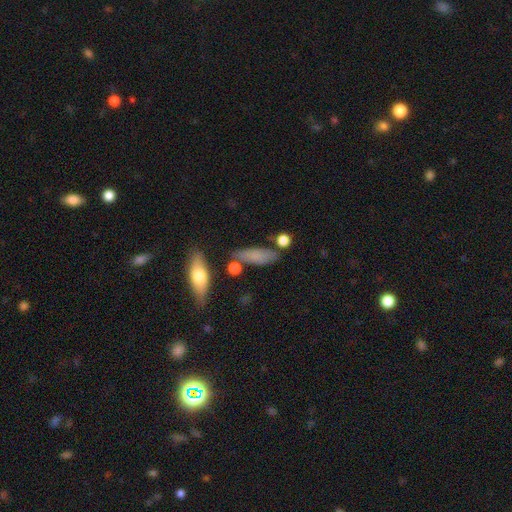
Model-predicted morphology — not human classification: The model was most divided on "how rounded": in between: 57%, cigar-shaped: 39%, round: 5%. More confident: smooth or featured — smooth (73%); merging — none (70%).